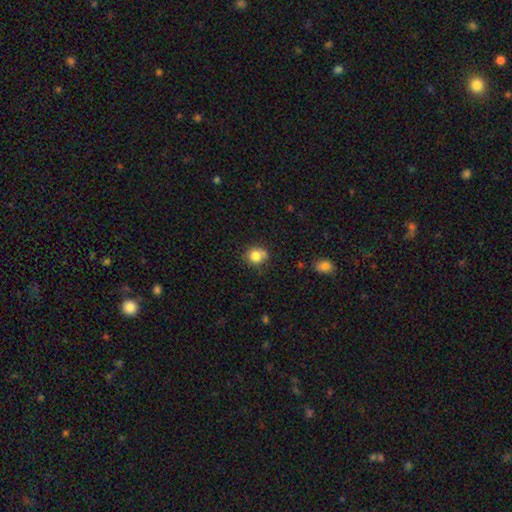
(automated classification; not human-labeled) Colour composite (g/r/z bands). It shows a smooth galaxy with no disk features (81%) that is round (79%). Merging: none (69%).